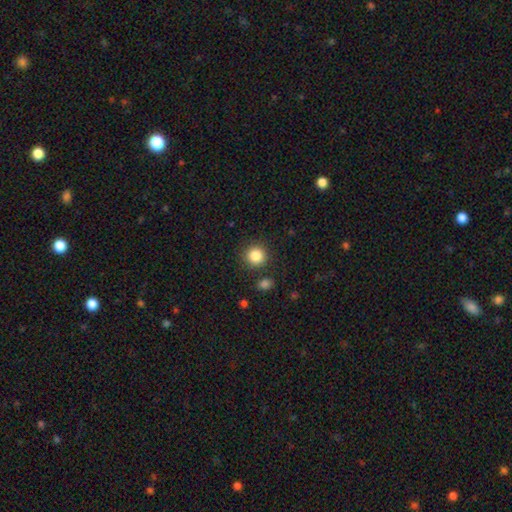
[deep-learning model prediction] A smooth galaxy with no disk features (85%) that is round (94%).

Vote fractions:
- Smooth or featured? smooth: 85% / star or artifact: 10% / featured or disk: 5%
- How rounded? round: 94% / in between: 5% / cigar-shaped: 1%
- Merging? none: 87% / minor disturbance: 7% / merger: 4% / major disturbance: 3%